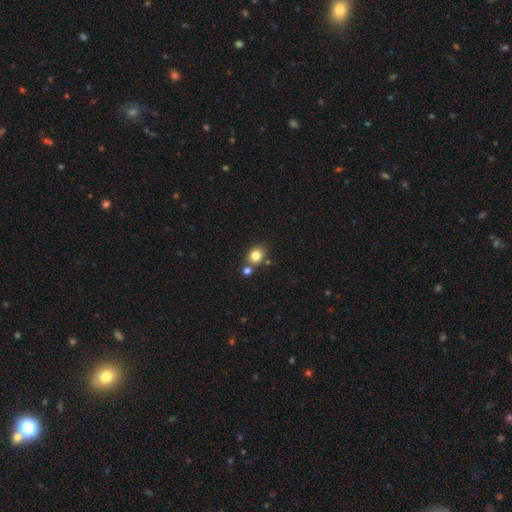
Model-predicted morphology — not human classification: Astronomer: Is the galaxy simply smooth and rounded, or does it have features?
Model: smooth — 82%.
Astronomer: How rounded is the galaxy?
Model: round — 56% (runner-up: in between, 42%).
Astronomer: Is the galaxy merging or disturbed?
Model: none — 65%.